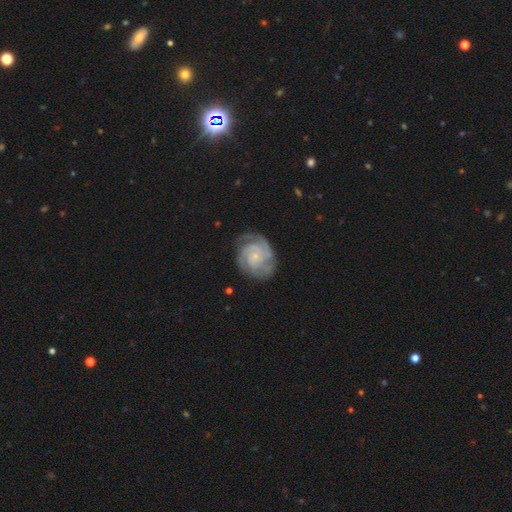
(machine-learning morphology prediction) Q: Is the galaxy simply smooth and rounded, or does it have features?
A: featured or disk — 87%.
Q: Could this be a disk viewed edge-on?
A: no — 98%.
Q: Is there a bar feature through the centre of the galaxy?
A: no — 75%.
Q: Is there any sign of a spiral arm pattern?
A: yes — 97%.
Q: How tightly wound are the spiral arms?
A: tight — 66%.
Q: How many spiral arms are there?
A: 3 — 38%.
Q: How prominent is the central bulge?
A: small — 78%.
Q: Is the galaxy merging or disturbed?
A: none — 73%.